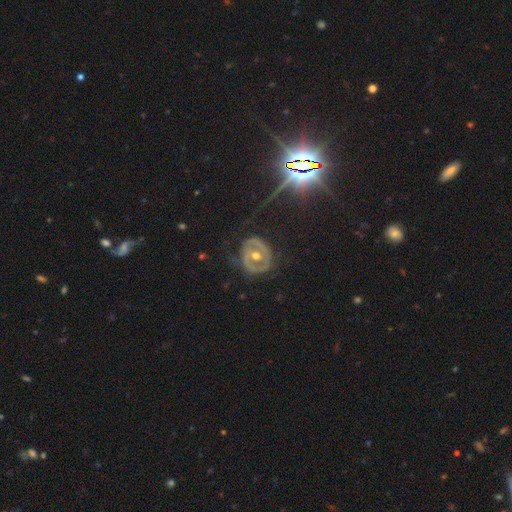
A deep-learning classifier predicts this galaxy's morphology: This appears to be a featured or disk galaxy (67%) with no bar (55%), no spiral arms (76%) and a moderate central bulge (76%). Merging: none (79%).